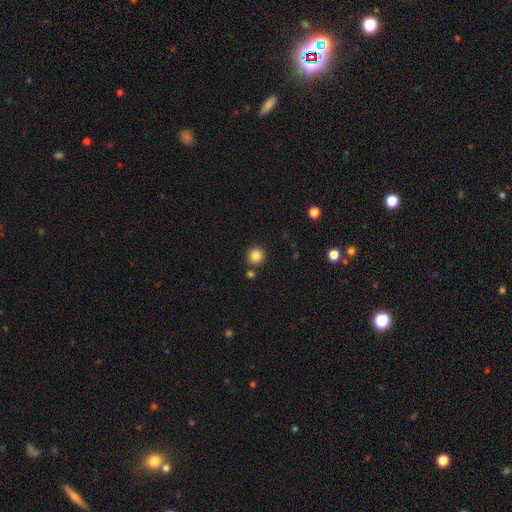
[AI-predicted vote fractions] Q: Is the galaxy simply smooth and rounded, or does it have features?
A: smooth — 85%.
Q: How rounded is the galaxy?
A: round — 93%.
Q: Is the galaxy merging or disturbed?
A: none — 85%.